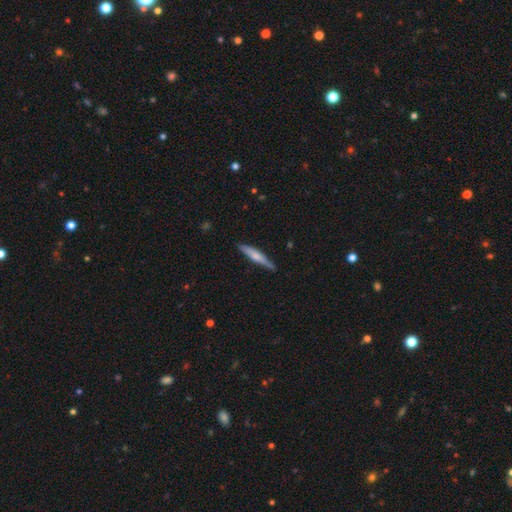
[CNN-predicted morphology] The model was most divided on "smooth or featured": smooth: 53%, featured or disk: 41%, star or artifact: 6%. More confident: how rounded — cigar-shaped (90%); merging — none (81%).